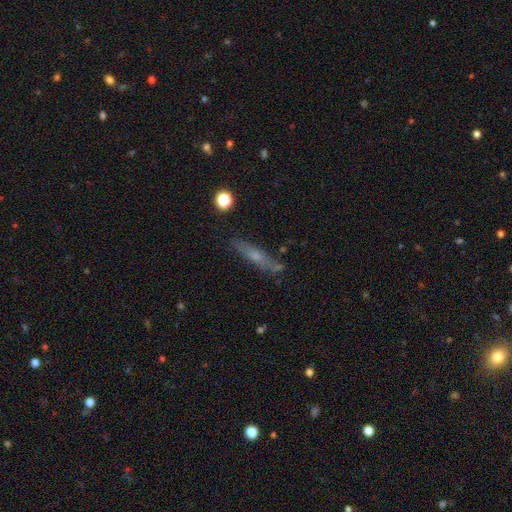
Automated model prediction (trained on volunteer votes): smooth_or_featured: smooth (p=0.47) [alt: featured or disk p=0.43]
merging: none (p=0.77) [alt: minor disturbance p=0.15]